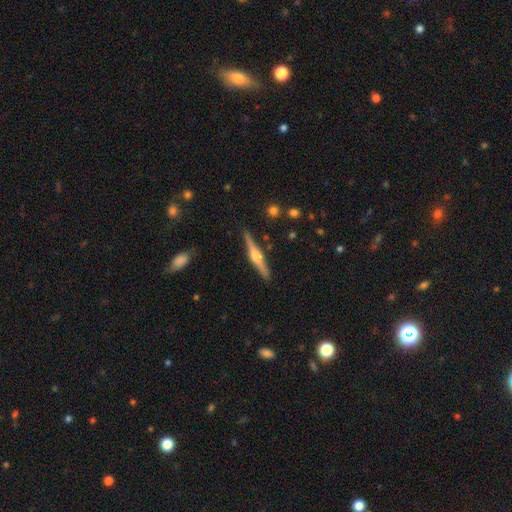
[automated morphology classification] Smooth or featured? featured or disk (77%)
Edge-on disk? yes (98%)
Edge-on bulge? rounded (89%)
Merging? none (90%)